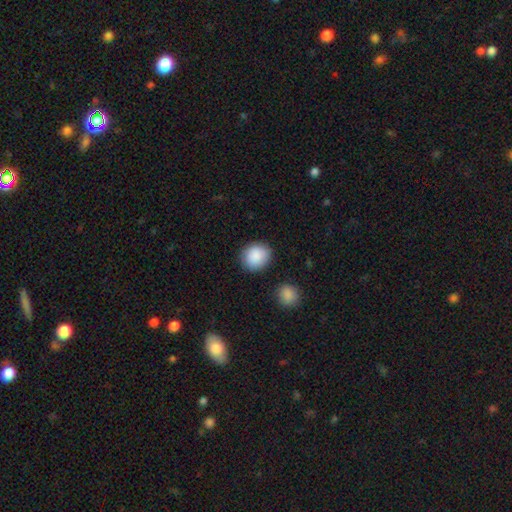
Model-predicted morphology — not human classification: This is clearly a smooth galaxy (89%). How rounded: likely round (76%). Merging: clearly none (85%).